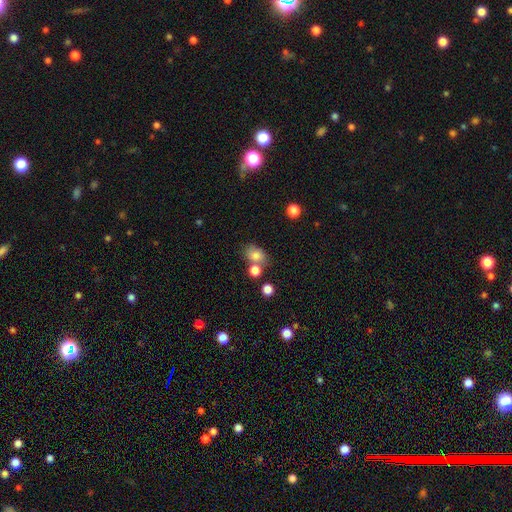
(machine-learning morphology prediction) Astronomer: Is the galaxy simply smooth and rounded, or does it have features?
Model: smooth — 80%.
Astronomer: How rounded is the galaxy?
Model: in between — 69%.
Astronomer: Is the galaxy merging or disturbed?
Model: none — 57%.